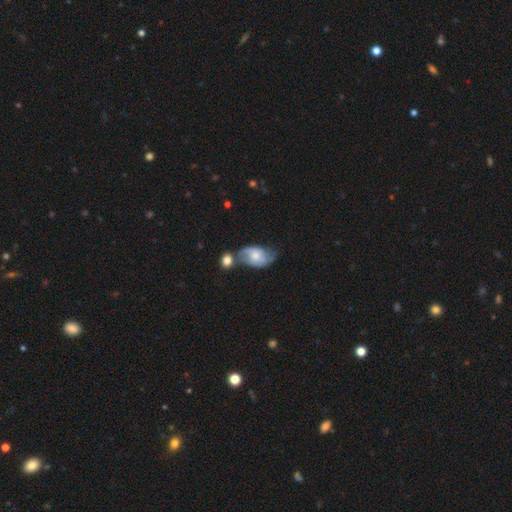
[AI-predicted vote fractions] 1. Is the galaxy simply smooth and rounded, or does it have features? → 61% featured or disk, 33% smooth, 7% star or artifact.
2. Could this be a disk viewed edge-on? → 95% no, 5% yes.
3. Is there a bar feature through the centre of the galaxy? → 62% no, 32% weak, 6% strong.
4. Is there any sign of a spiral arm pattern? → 86% yes, 14% no.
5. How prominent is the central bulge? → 43% moderate, 42% small, 8% large, 6% none, 2% dominant.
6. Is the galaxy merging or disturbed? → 39% none, 27% merger, 23% minor disturbance, 11% major disturbance.